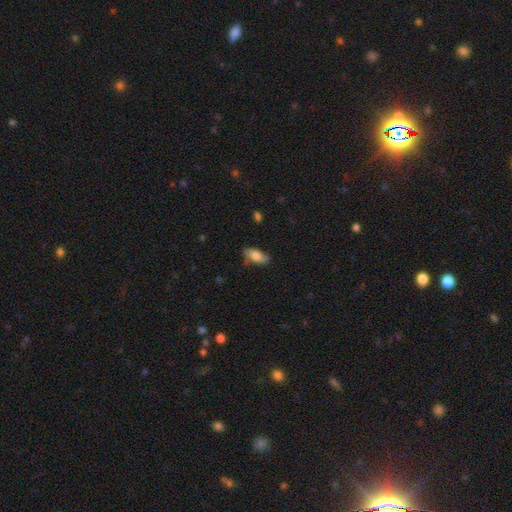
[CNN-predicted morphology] smooth_or_featured: smooth (p=0.75) [alt: featured or disk p=0.18]
how_rounded: in between (p=0.85) [alt: cigar-shaped p=0.12]
merging: none (p=0.76) [alt: minor disturbance p=0.19]